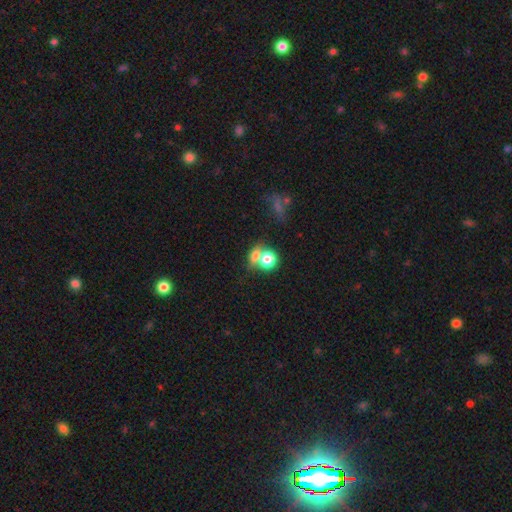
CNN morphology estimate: The model was most divided on "how rounded": round: 56%, in between: 41%, cigar-shaped: 4%. More confident: smooth or featured — smooth (72%); merging — merger (53%).